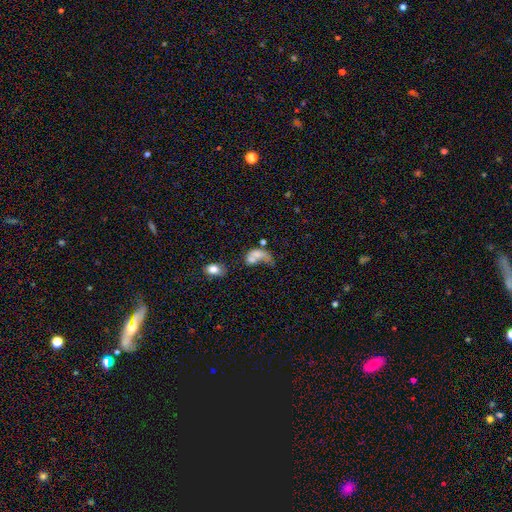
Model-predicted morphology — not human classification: Q: Smooth or featured?
A: smooth (52%); runner-up: featured or disk (36%)
Q: How rounded?
A: in between (77%); runner-up: round (19%)
Q: Merging?
A: merger (39%); runner-up: major disturbance (35%)